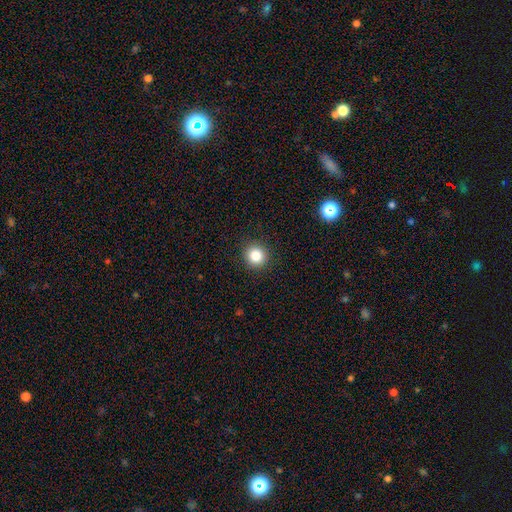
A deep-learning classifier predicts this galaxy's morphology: Smooth or featured: smooth — 83% (star or artifact — 12%)
How rounded: round — 92% (in between — 7%)
Merging: none — 92% (minor disturbance — 5%)